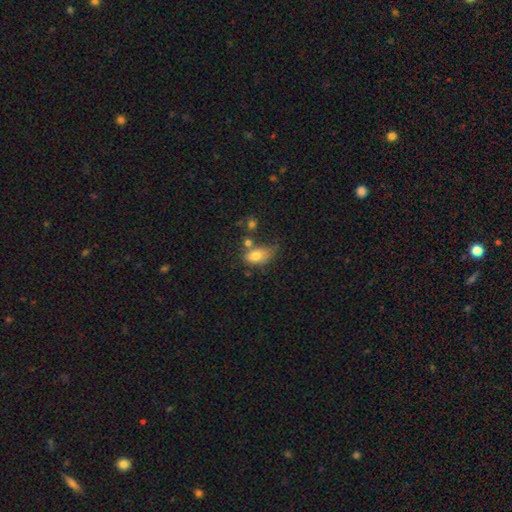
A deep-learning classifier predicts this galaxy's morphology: Q: Smooth or featured?
A: smooth (76%); runner-up: featured or disk (15%)
Q: How rounded?
A: in between (86%); runner-up: round (11%)
Q: Merging?
A: none (35%); runner-up: minor disturbance (29%)